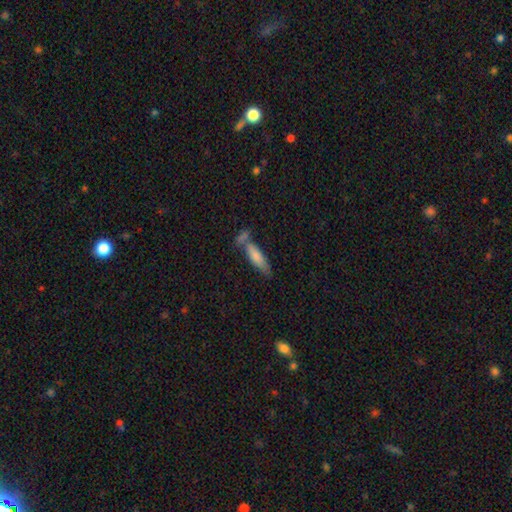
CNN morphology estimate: A smooth galaxy with no disk features (77%) that is cigar-shaped (57%).

Vote fractions:
- Smooth or featured? smooth: 77% / featured or disk: 17% / star or artifact: 6%
- How rounded? cigar-shaped: 57% / in between: 41% / round: 2%
- Merging? none: 47% / merger: 30% / minor disturbance: 17% / major disturbance: 6%